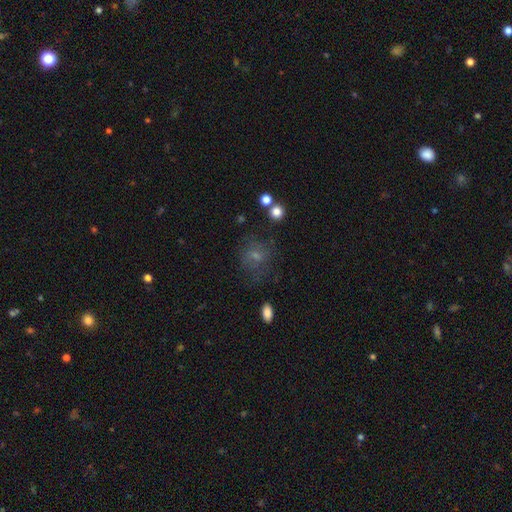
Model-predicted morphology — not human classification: smooth-or-featured: smooth: 61% | featured or disk: 23% | star or artifact: 16%
  how-rounded: round: 67% | in between: 32% | cigar-shaped: 1%
  merging: none: 61% | minor disturbance: 20% | major disturbance: 15% | merger: 4%